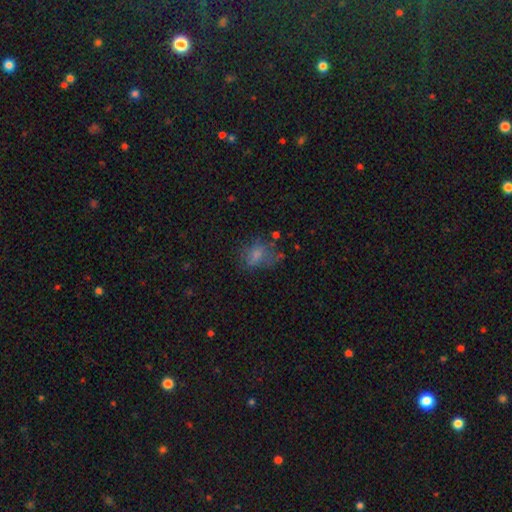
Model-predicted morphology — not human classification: type=smooth (60%); roundness=in between (69%); merging=none (42%).